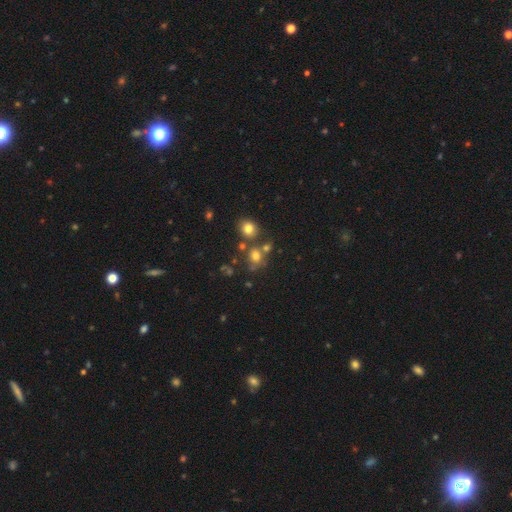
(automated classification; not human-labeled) The model was most divided on "merging": none: 57%, merger: 26%, minor disturbance: 12%, major disturbance: 6%. More confident: smooth or featured — smooth (70%); how rounded — round (69%).